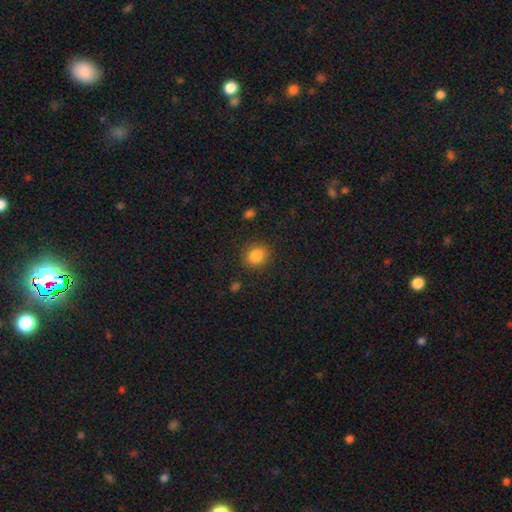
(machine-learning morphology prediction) Overall: smooth (85%). How rounded: round (65%; in between 34%). Merging: none (85%).